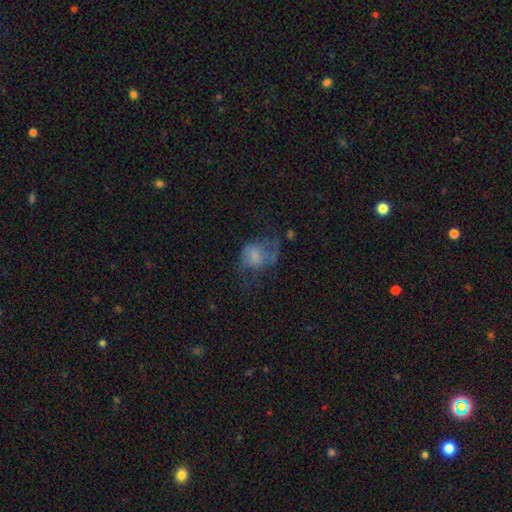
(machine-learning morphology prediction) featured or disk 45%, smooth 43%, star or artifact 12%. Down the decision tree: merging — major disturbance (40%).